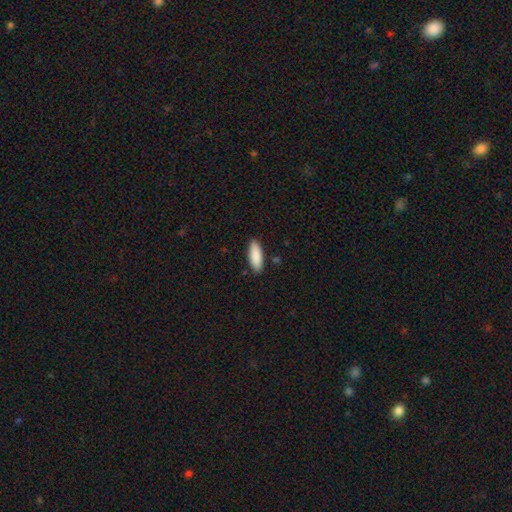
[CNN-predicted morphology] Overall: smooth (89%). How rounded: in between (61%; cigar-shaped 37%). Merging: none (88%).